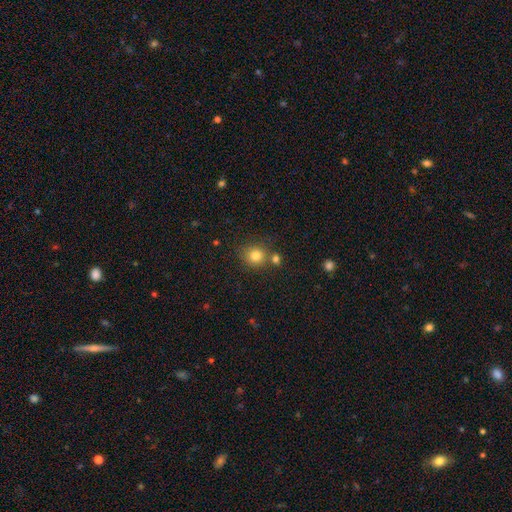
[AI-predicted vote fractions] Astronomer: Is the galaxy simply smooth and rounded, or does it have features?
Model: smooth — 81%.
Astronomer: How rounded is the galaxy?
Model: round — 86%.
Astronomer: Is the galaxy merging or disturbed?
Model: none — 71%.